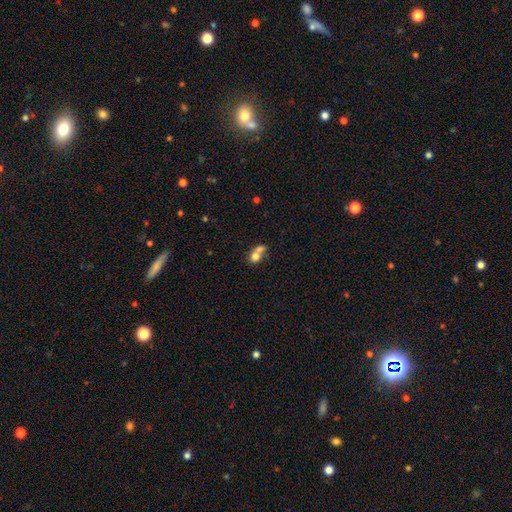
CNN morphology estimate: smooth 71%, featured or disk 18%, star or artifact 10%. Down the decision tree: how rounded — round (57%); merging — merger (65%).